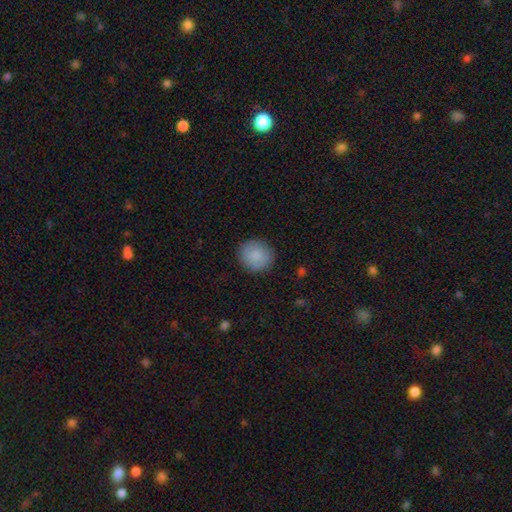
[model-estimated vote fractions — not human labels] A smooth galaxy with no disk features (88%) that is round (86%).

Vote fractions:
- Smooth or featured? smooth: 88% / star or artifact: 7% / featured or disk: 5%
- How rounded? round: 86% / in between: 13% / cigar-shaped: 1%
- Merging? none: 88% / minor disturbance: 8% / major disturbance: 2% / merger: 1%